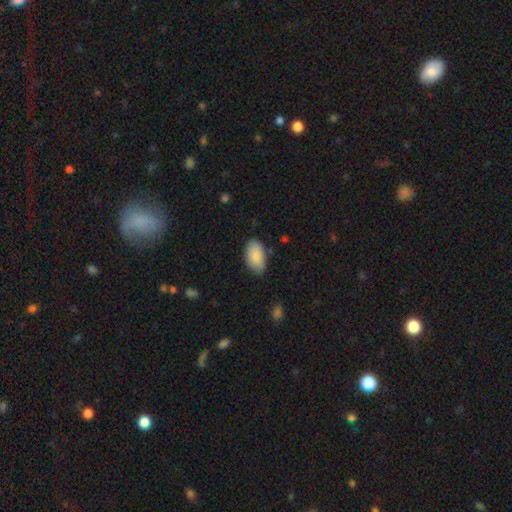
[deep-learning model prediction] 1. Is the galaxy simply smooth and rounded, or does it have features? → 88% smooth, 6% featured or disk, 6% star or artifact.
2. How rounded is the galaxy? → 95% in between, 4% round, 2% cigar-shaped.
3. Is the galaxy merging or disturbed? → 80% none, 15% minor disturbance, 3% major disturbance, 2% merger.